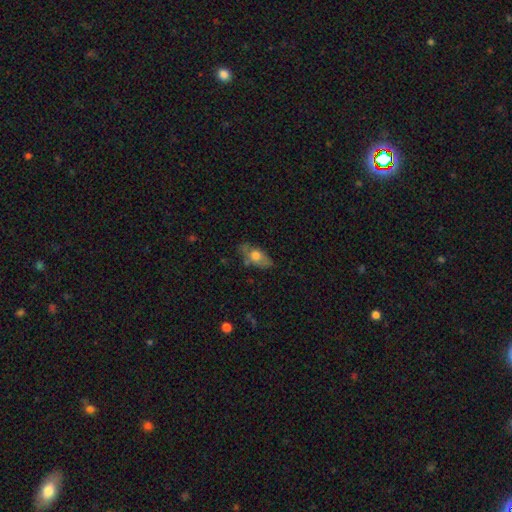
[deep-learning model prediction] A smooth galaxy with no disk features (60%) that is in between round and cigar-shaped (82%).

Vote fractions:
- Smooth or featured? smooth: 60% / featured or disk: 32% / star or artifact: 8%
- How rounded? in between: 82% / cigar-shaped: 11% / round: 7%
- Merging? none: 62% / minor disturbance: 26% / major disturbance: 8% / merger: 3%